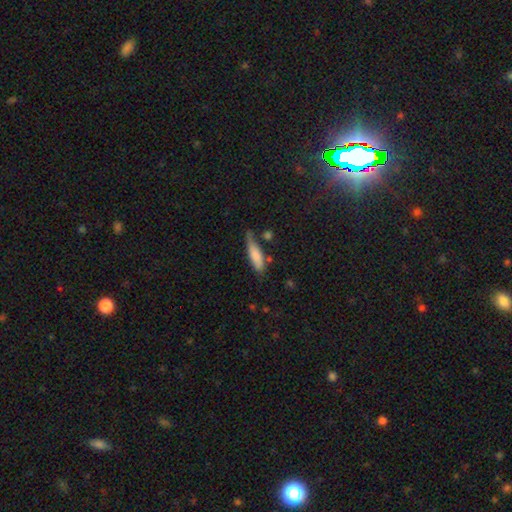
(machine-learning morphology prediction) This appears to be a smooth galaxy with no disk features (77%) that is cigar-shaped (63%). Merging: none (50%).